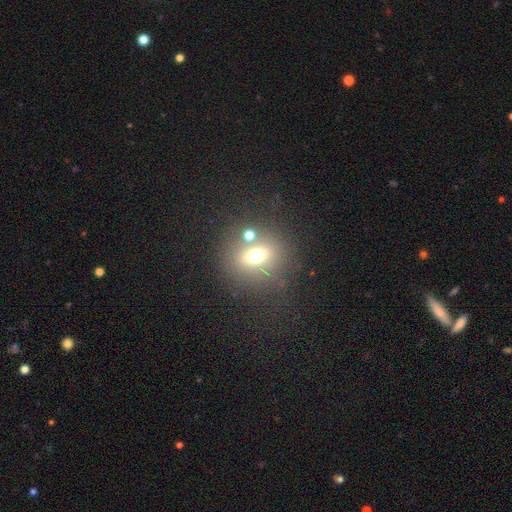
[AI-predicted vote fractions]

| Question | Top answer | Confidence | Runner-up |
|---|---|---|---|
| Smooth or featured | smooth | 61% | featured or disk (20%) |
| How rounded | round | 61% | in between (37%) |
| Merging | none | 65% | merger (17%) |